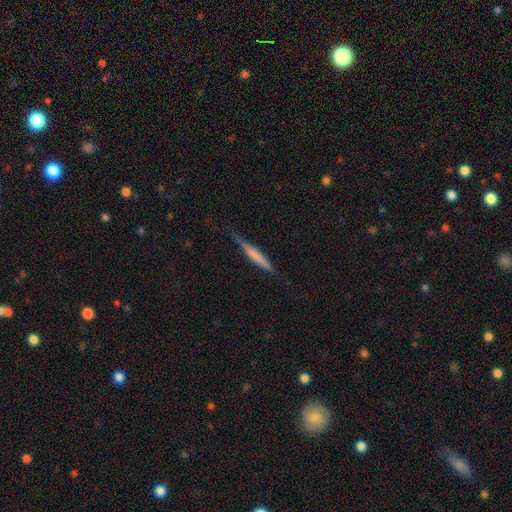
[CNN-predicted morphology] This is possibly a smooth galaxy (48%). Merging: likely none (74%).